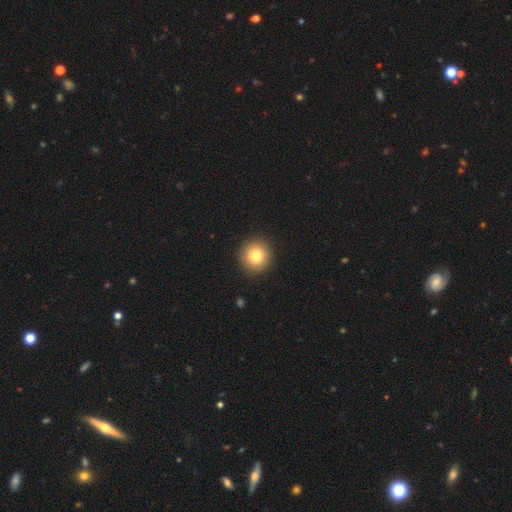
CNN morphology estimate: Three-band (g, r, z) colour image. It shows a smooth galaxy with no disk features (82%) that is round (94%). Merging: none (92%).